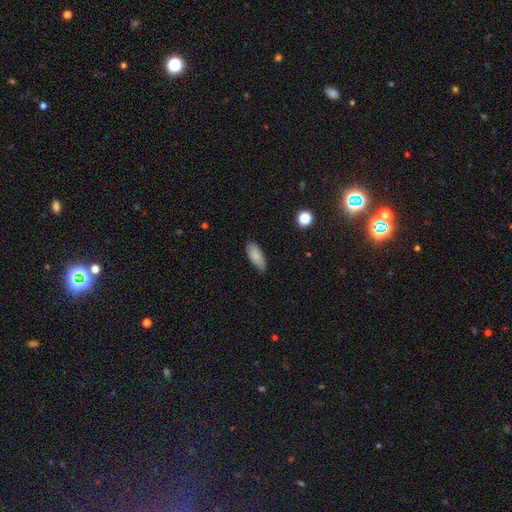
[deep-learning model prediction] Q: Smooth or featured?
A: smooth (84%); runner-up: featured or disk (9%)
Q: How rounded?
A: in between (83%); runner-up: cigar-shaped (15%)
Q: Merging?
A: none (80%); runner-up: minor disturbance (16%)